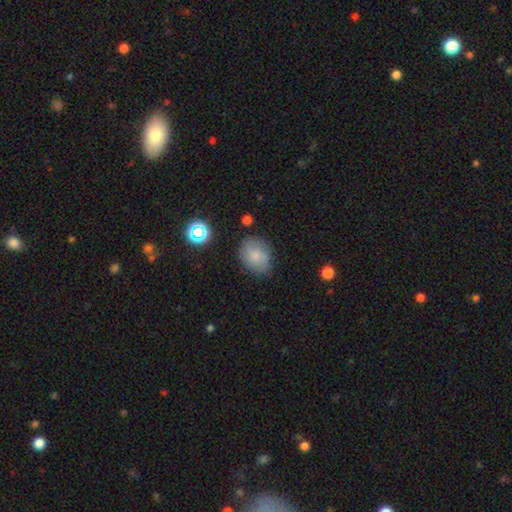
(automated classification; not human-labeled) The model was most divided on "how rounded": in between: 56%, round: 43%, cigar-shaped: 1%. More confident: smooth or featured — smooth (75%); merging — none (75%).